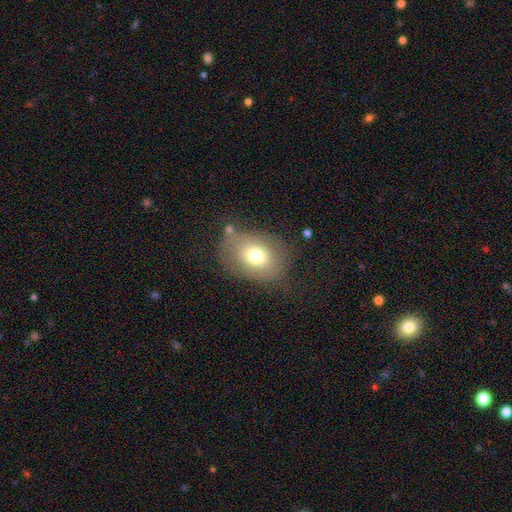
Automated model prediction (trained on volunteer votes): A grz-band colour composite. It shows a smooth galaxy with no disk features (71%) that is in between round and cigar-shaped (68%). Merging: none (64%).